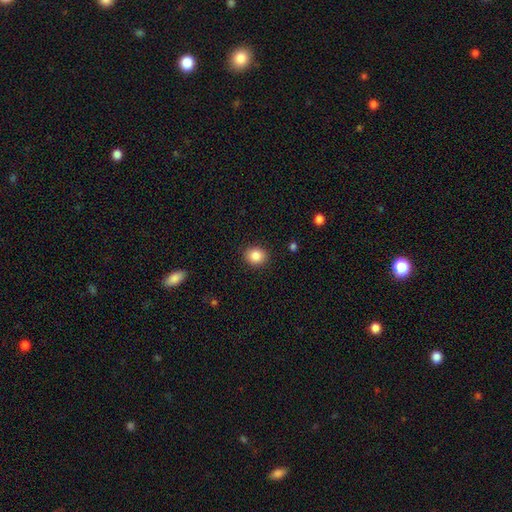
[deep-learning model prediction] Smooth or featured? Predicted: smooth (p=0.86). How rounded? Predicted: round (p=0.73). Merging? Predicted: none (p=0.90).